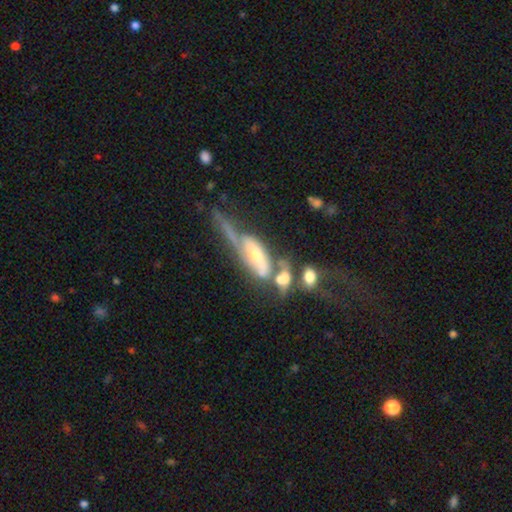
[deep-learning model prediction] Q: Smooth or featured?
A: featured or disk (67%); runner-up: smooth (25%)
Q: Edge-on disk?
A: no (72%); runner-up: yes (28%)
Q: Merging?
A: merger (38%); runner-up: major disturbance (30%)